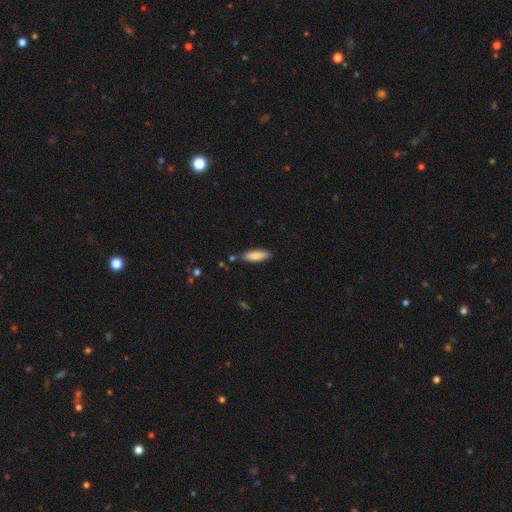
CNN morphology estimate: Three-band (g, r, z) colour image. It shows a smooth galaxy with no disk features (84%) that is in between round and cigar-shaped (58%). Merging: none (86%).